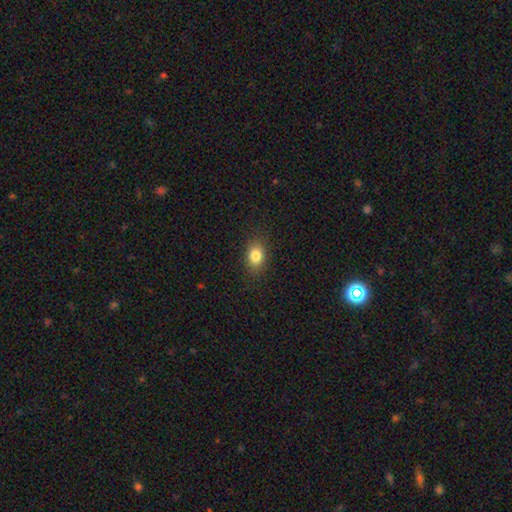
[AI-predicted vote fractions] Overall: smooth (83%). How rounded: in between (66%; round 33%). Merging: none (87%).